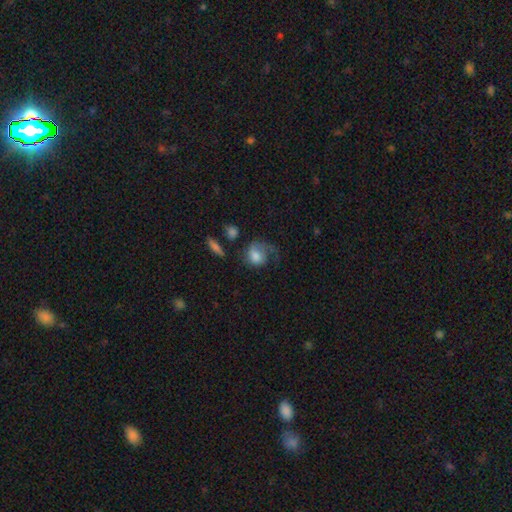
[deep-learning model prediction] Smooth or featured?
  - smooth: 54% *
  - featured or disk: 38%
  - star or artifact: 8%
How rounded?
  - round: 58% *
  - in between: 40%
  - cigar-shaped: 2%
Merging?
  - major disturbance: 41% *
  - none: 33%
  - minor disturbance: 21%
  - merger: 5%